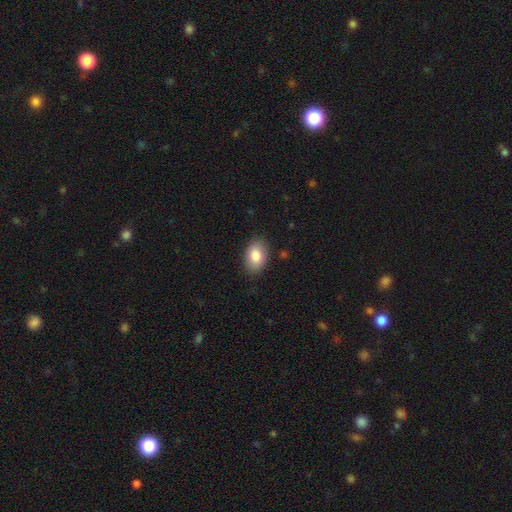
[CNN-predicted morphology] Overall: smooth (84%). How rounded: in between (88%). Merging: none (86%).